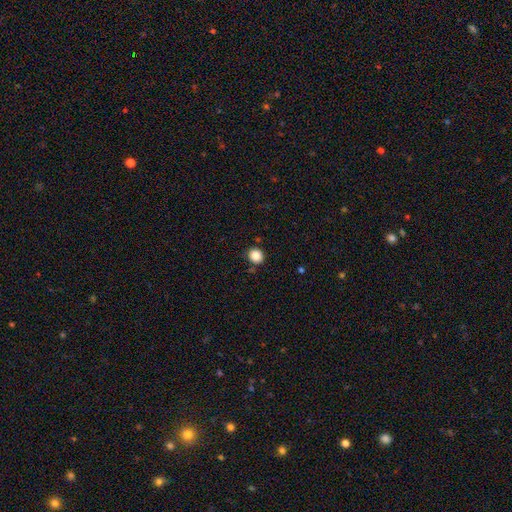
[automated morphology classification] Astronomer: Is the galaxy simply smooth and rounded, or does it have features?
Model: smooth — 87%.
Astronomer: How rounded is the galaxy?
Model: round — 86%.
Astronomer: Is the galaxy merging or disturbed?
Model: none — 87%.